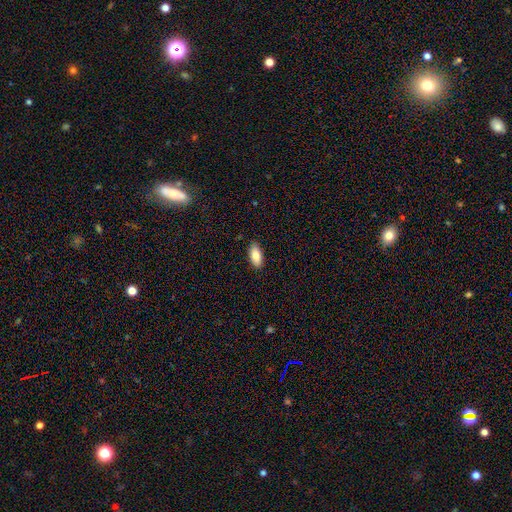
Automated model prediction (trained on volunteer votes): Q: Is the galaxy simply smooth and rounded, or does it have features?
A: smooth — 84%.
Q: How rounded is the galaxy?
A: in between — 91%.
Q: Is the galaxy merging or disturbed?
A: none — 89%.